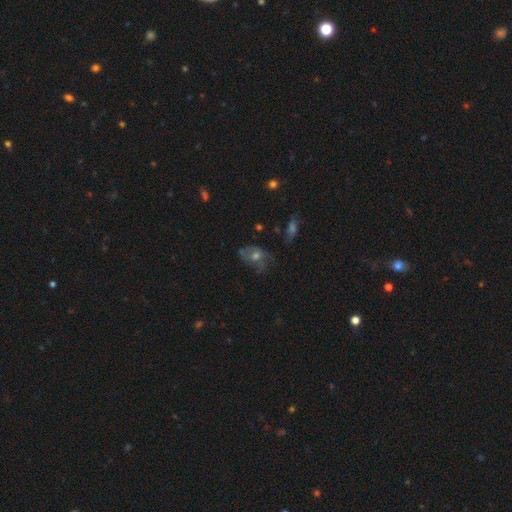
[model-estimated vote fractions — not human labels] Smooth or featured? Predicted: featured or disk (p=0.47). Merging? Predicted: none (p=0.55).